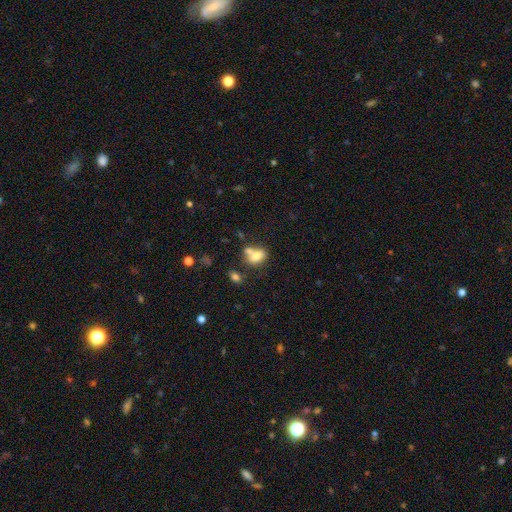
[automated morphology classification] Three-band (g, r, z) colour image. It shows a smooth galaxy with no disk features (74%) that is in between round and cigar-shaped (78%). Merging: merger (44%).